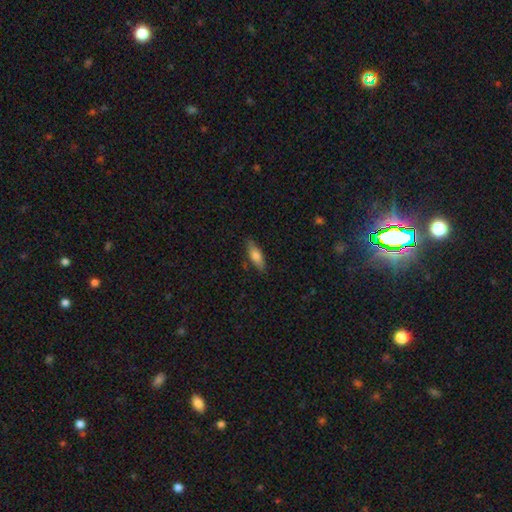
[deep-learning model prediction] smooth-or-featured: smooth: 71% | featured or disk: 22% | star or artifact: 7%
  how-rounded: in between: 57% | cigar-shaped: 41% | round: 2%
  merging: none: 83% | minor disturbance: 12% | major disturbance: 2% | merger: 2%